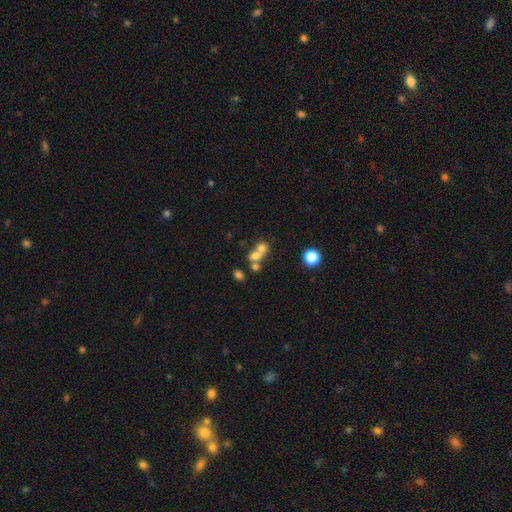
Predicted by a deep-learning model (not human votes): Smooth or featured? smooth (64%)
How rounded? round (64%)
Merging? merger (62%)